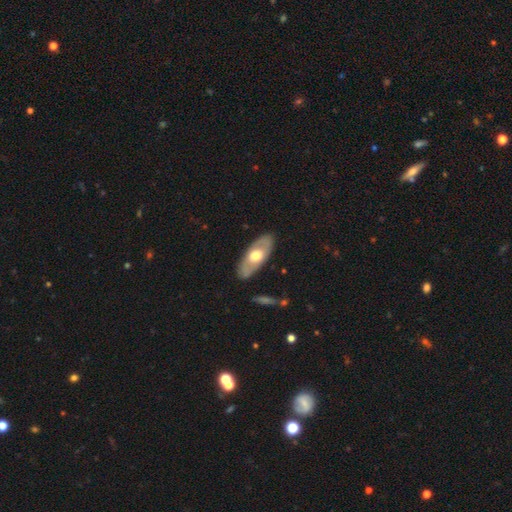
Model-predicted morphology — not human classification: A featured or disk galaxy (52%).

Vote fractions:
- Smooth or featured? featured or disk: 52% / smooth: 44% / star or artifact: 4%
- Edge-on disk? no: 75% / yes: 25%
- Merging? none: 85% / minor disturbance: 11% / major disturbance: 3% / merger: 1%